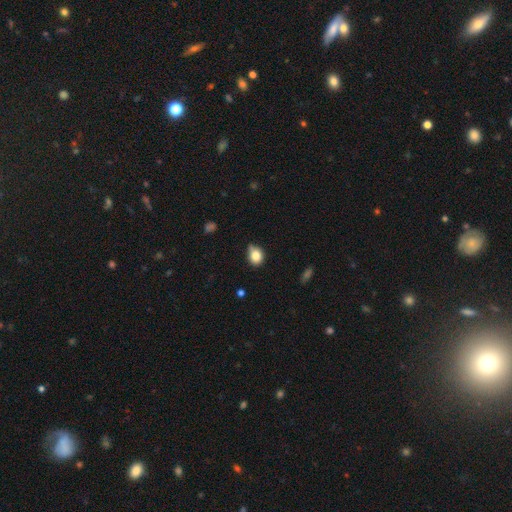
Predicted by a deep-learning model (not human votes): A smooth galaxy with no disk features (81%) that is round (62%). Merging: none (58%).